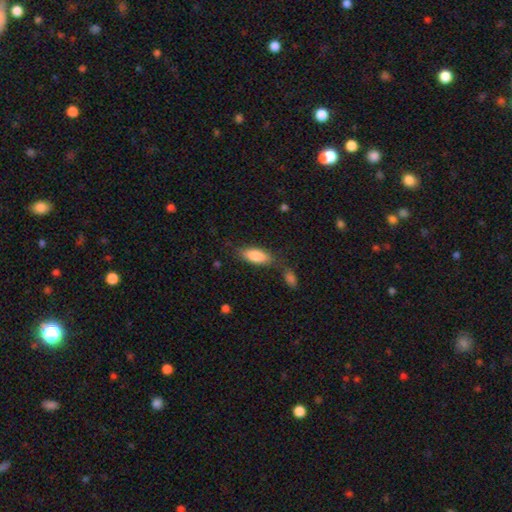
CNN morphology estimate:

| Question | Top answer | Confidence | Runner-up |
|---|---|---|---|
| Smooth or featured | smooth | 83% | featured or disk (11%) |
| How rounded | in between | 80% | cigar-shaped (18%) |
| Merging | none | 70% | minor disturbance (16%) |